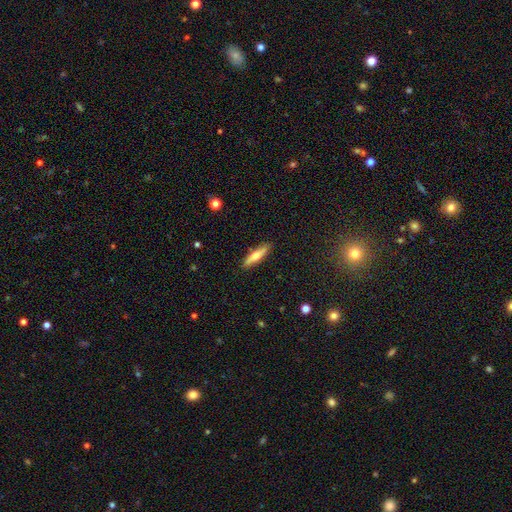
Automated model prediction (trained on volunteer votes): This is possibly a smooth galaxy (47%). Merging: clearly none (90%).